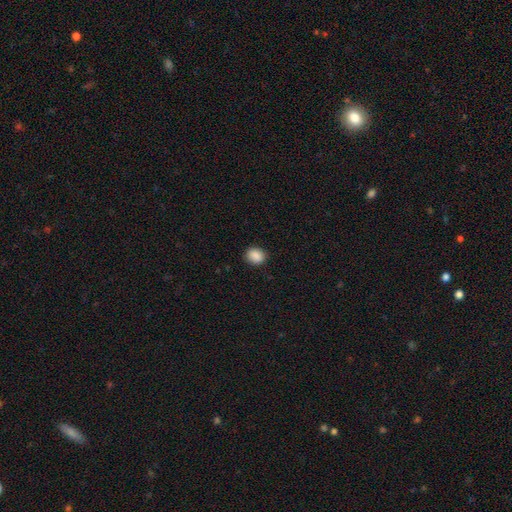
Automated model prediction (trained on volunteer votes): Smooth or featured: smooth — 89% (star or artifact — 8%)
How rounded: round — 53% (in between — 46%)
Merging: none — 88% (minor disturbance — 9%)